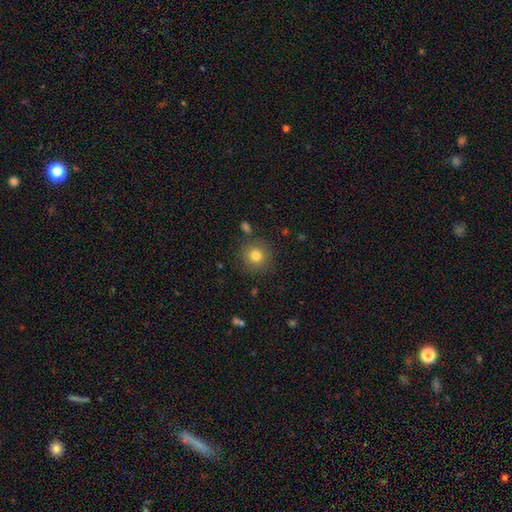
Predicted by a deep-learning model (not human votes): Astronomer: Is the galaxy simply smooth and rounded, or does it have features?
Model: smooth — 80%.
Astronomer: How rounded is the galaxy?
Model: round — 93%.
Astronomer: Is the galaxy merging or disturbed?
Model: none — 85%.